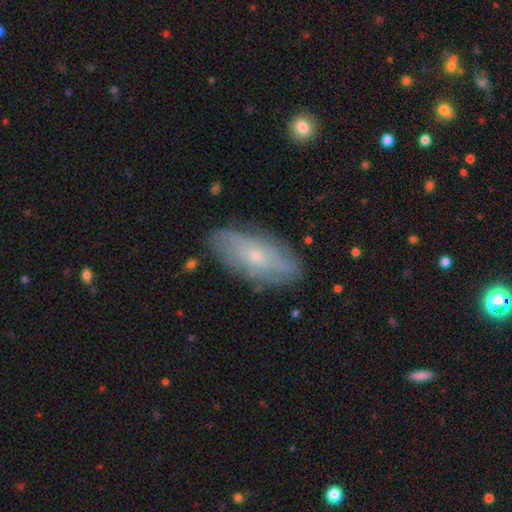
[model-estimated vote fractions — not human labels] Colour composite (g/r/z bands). It shows a featured or disk galaxy (55%). Merging: none (80%).